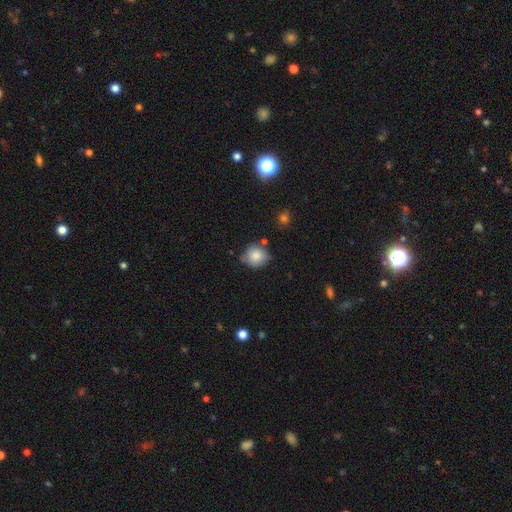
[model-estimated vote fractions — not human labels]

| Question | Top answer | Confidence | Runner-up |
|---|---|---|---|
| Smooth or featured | smooth | 84% | star or artifact (9%) |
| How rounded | round | 85% | in between (14%) |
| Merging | none | 69% | minor disturbance (20%) |